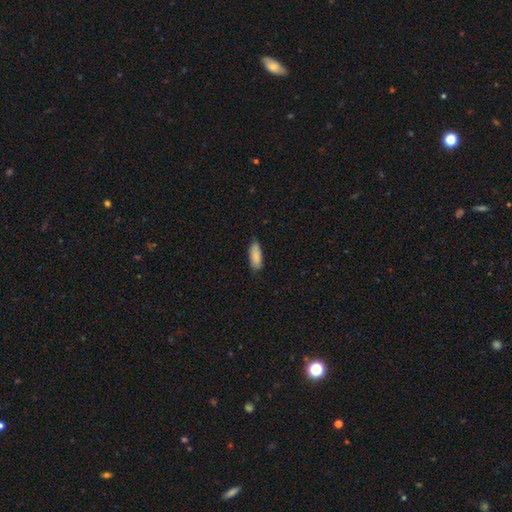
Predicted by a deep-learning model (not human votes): This appears to be a smooth galaxy with no disk features (88%) that is in between round and cigar-shaped (73%). Merging: none (81%).